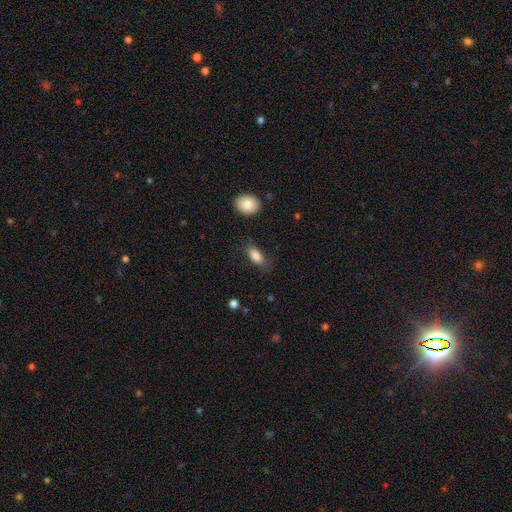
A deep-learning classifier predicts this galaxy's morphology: Smooth or featured: smooth — 83% (featured or disk — 9%)
How rounded: in between — 82% (cigar-shaped — 13%)
Merging: none — 72% (minor disturbance — 19%)